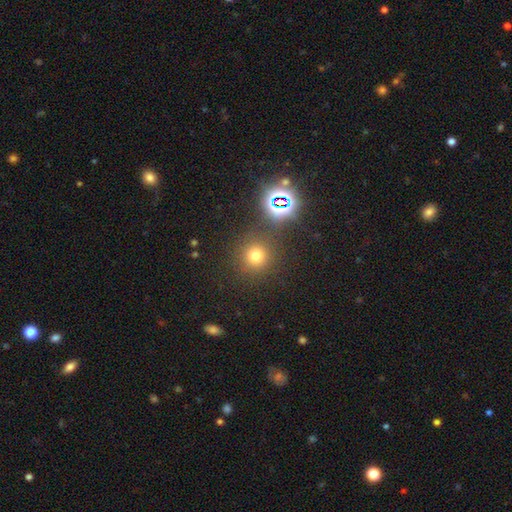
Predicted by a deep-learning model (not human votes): Smooth or featured?
  - smooth: 68% *
  - star or artifact: 25%
  - featured or disk: 7%
How rounded?
  - round: 93% *
  - in between: 6%
  - cigar-shaped: 1%
Merging?
  - none: 84% *
  - minor disturbance: 7%
  - merger: 5%
  - major disturbance: 4%